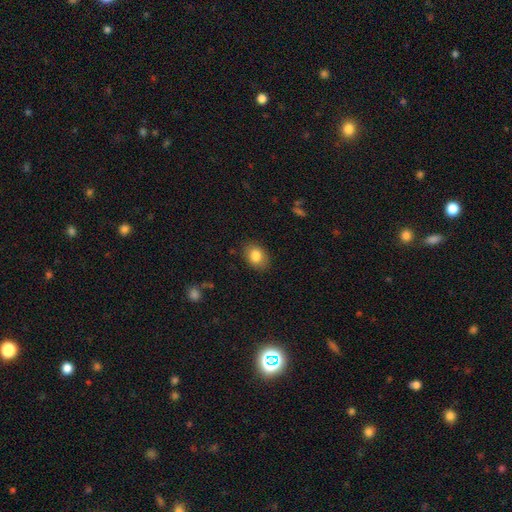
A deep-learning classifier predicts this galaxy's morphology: A smooth galaxy with no disk features (83%) that is in between round and cigar-shaped (73%). Merging: none (84%).